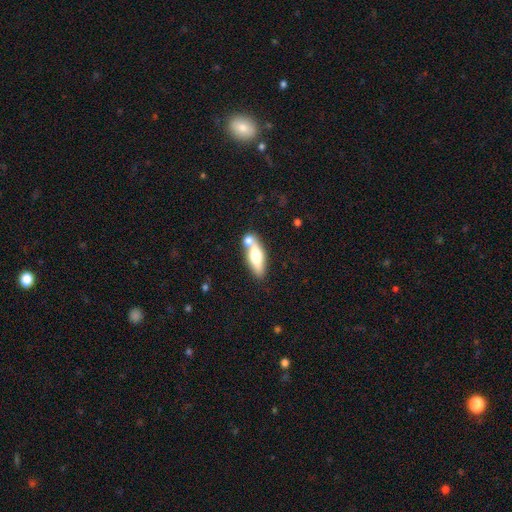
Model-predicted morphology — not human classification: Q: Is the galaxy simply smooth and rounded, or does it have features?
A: smooth — 60%.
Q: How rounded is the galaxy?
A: in between — 59%.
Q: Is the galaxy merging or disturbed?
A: none — 52%.